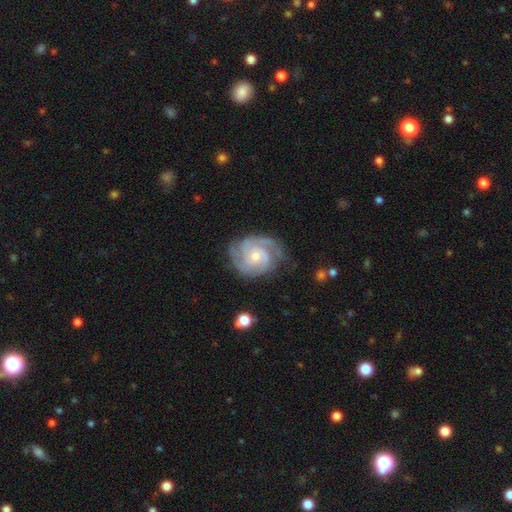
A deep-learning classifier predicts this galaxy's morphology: Smooth or featured?
  - featured or disk: 90% *
  - smooth: 6%
  - star or artifact: 4%
Edge-on disk?
  - no: 98% *
  - yes: 2%
Bar?
  - no: 70% *
  - weak: 25%
  - strong: 5%
Spiral arms?
  - yes: 98% *
  - no: 2%
Spiral winding?
  - tight: 62% *
  - medium: 33%
  - loose: 5%
Spiral arm count?
  - 3: 45% *
  - 2: 22%
  - can't tell: 12%
  - 4: 10%
  - 1: 5%
  - more than 4: 5%
Bulge size?
  - small: 60% *
  - moderate: 37%
  - large: 2%
  - none: 1%
  - dominant: 1%
Merging?
  - none: 74% *
  - minor disturbance: 18%
  - major disturbance: 6%
  - merger: 1%